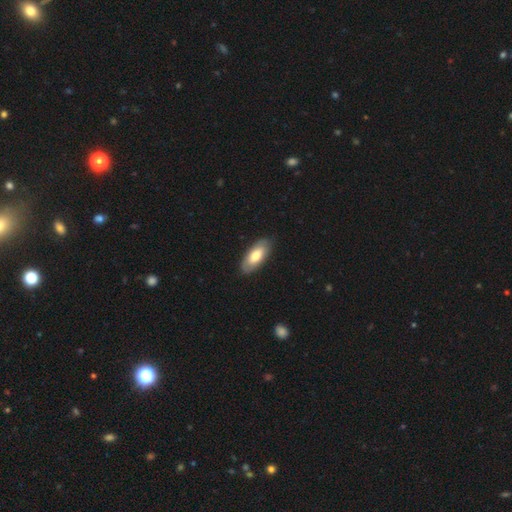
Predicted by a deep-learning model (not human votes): Overall: smooth (69%). How rounded: in between (88%). Merging: none (86%).